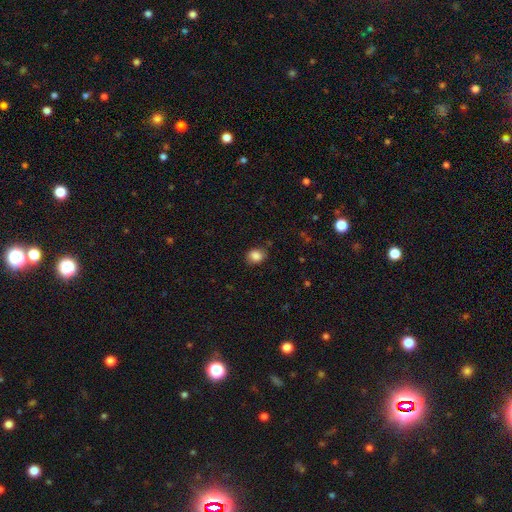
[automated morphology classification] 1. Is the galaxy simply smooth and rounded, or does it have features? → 86% smooth, 10% star or artifact, 4% featured or disk.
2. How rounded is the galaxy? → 59% round, 40% in between, 1% cigar-shaped.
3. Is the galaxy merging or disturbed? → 80% none, 15% minor disturbance, 3% major disturbance, 2% merger.